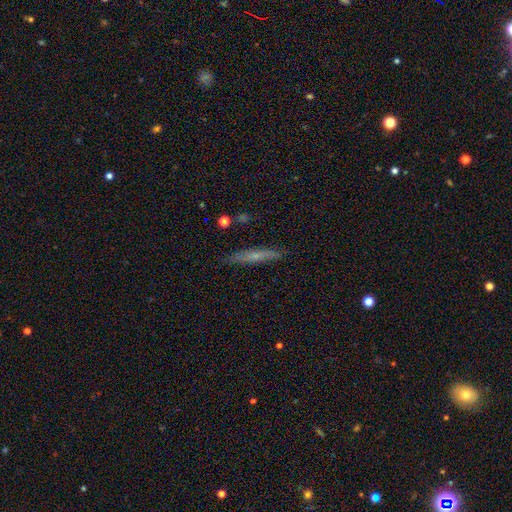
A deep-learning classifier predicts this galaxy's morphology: Smooth or featured?
  - smooth: 48% *
  - featured or disk: 45%
  - star or artifact: 7%
Merging?
  - none: 87% *
  - minor disturbance: 10%
  - major disturbance: 2%
  - merger: 1%